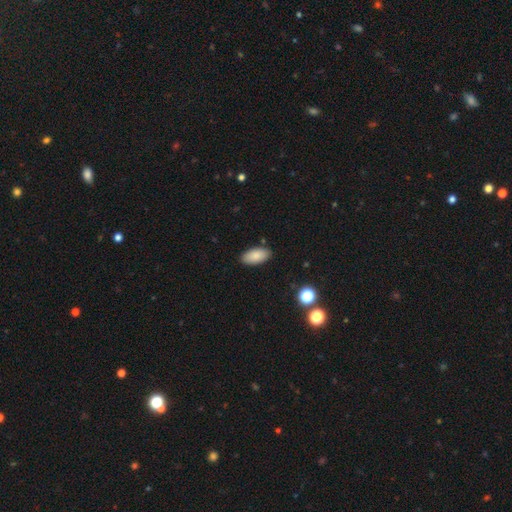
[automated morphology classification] A smooth galaxy with no disk features (86%) that is in between round and cigar-shaped (92%).

Vote fractions:
- Smooth or featured? smooth: 86% / star or artifact: 7% / featured or disk: 7%
- How rounded? in between: 92% / cigar-shaped: 6% / round: 2%
- Merging? none: 87% / minor disturbance: 9% / major disturbance: 2% / merger: 1%